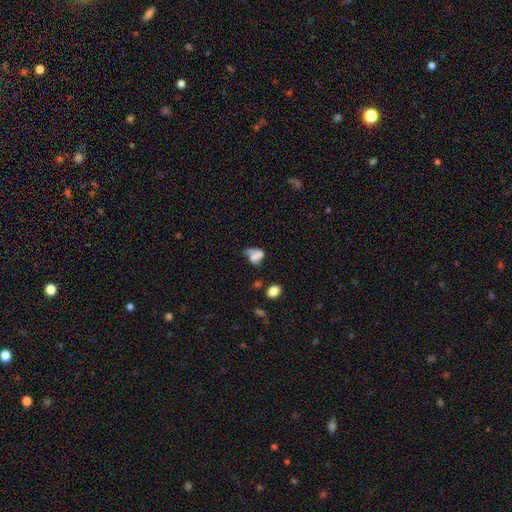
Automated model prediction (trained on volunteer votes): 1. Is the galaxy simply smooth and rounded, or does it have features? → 56% smooth, 32% featured or disk, 12% star or artifact.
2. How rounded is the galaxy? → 70% in between, 27% round, 3% cigar-shaped.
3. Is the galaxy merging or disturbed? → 34% merger, 25% major disturbance, 22% none, 18% minor disturbance.